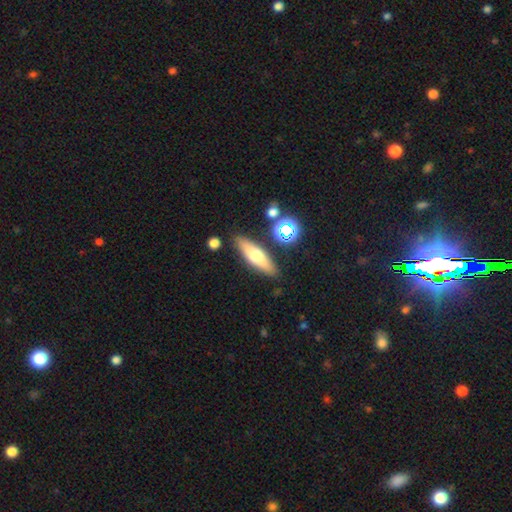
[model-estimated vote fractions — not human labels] The model was most divided on "smooth or featured": smooth: 54%, featured or disk: 37%, star or artifact: 8%. More confident: merging — none (85%); how rounded — cigar-shaped (60%).